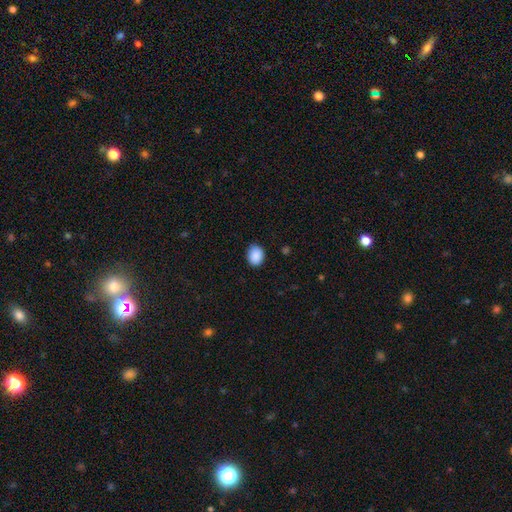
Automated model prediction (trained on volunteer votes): Overall: smooth (90%). How rounded: in between (55%; round 44%). Merging: none (86%).